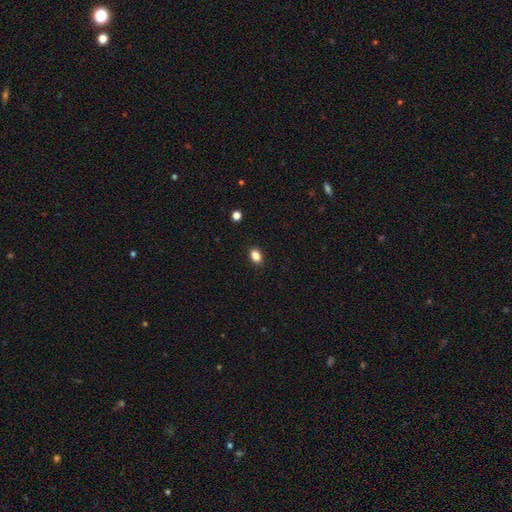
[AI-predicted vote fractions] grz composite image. It shows a smooth galaxy with no disk features (85%) that is in between round and cigar-shaped (81%). Merging: none (89%).